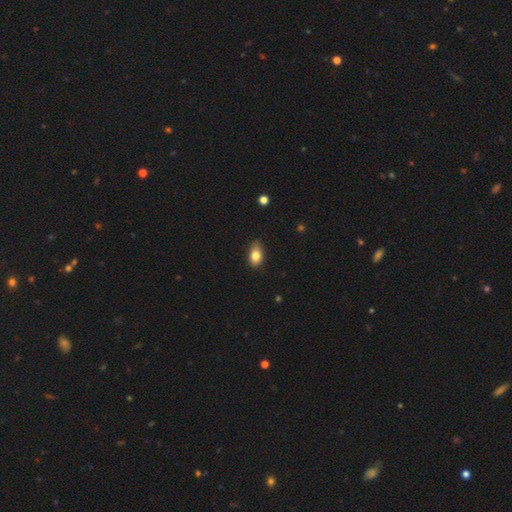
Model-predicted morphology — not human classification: The model was most divided on "merging": none: 74%, minor disturbance: 21%, major disturbance: 3%, merger: 1%. More confident: how rounded — in between (88%); smooth or featured — smooth (81%).